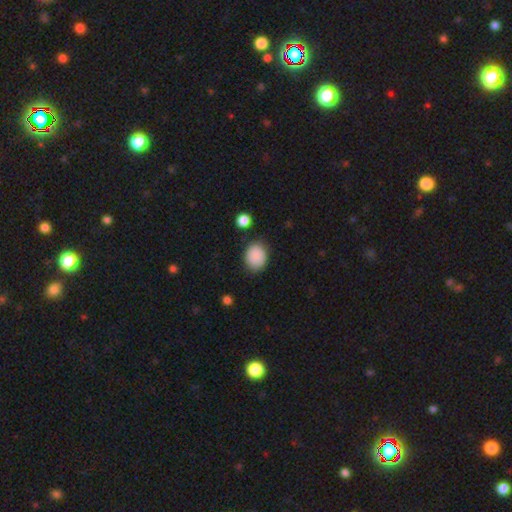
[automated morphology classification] smooth 88%, star or artifact 8%, featured or disk 4%. Down the decision tree: how rounded — in between (52%); merging — none (80%).